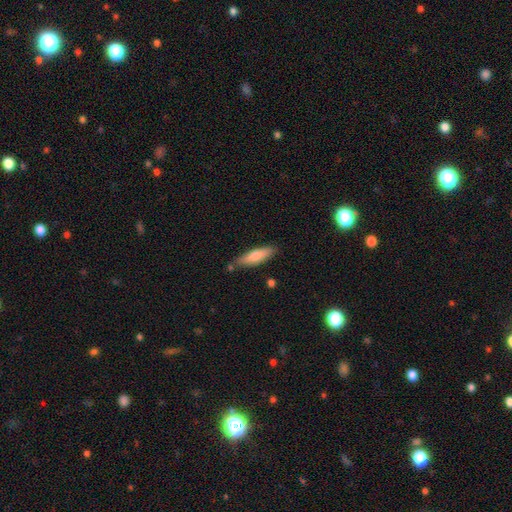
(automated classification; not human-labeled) smooth-or-featured: smooth: 72% | featured or disk: 22% | star or artifact: 6%
  how-rounded: cigar-shaped: 61% | in between: 37% | round: 2%
  merging: none: 77% | minor disturbance: 15% | merger: 5% | major disturbance: 3%